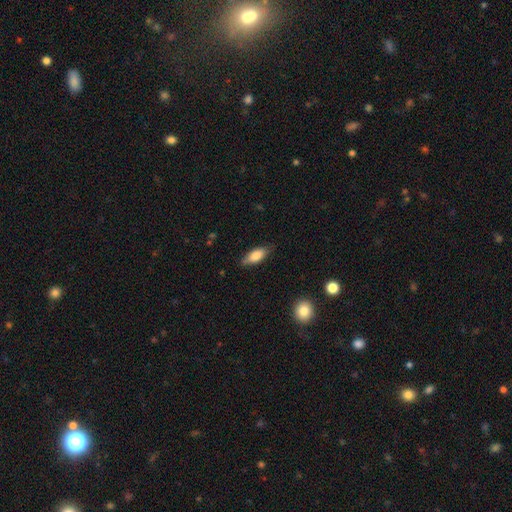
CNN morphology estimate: Smooth or featured? Predicted: smooth (p=0.78). How rounded? Predicted: in between (p=0.79). Merging? Predicted: none (p=0.77).